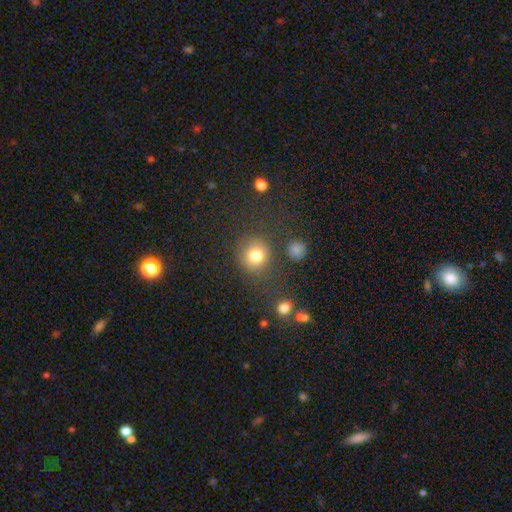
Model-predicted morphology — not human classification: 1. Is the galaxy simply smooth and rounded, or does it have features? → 80% smooth, 13% star or artifact, 7% featured or disk.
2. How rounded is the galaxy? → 86% round, 13% in between, 1% cigar-shaped.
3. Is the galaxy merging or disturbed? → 77% none, 11% minor disturbance, 6% merger, 6% major disturbance.